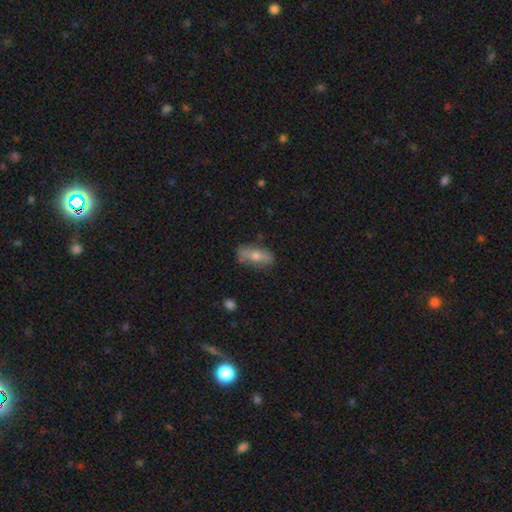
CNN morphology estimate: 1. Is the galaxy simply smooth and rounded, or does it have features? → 52% smooth, 40% featured or disk, 8% star or artifact.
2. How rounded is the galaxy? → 71% in between, 23% cigar-shaped, 5% round.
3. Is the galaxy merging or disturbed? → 77% none, 17% minor disturbance, 4% major disturbance, 2% merger.